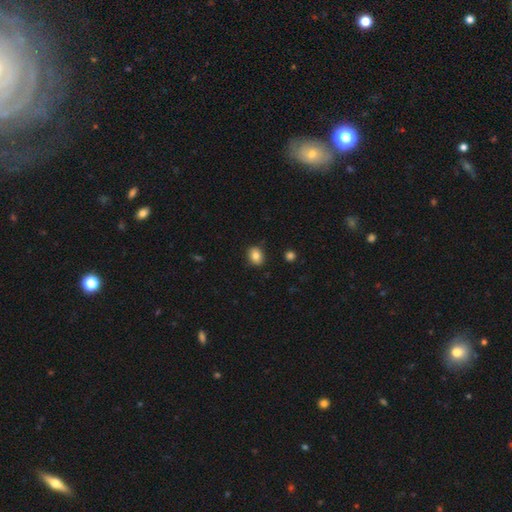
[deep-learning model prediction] Smooth or featured?
  - smooth: 84% *
  - star or artifact: 9%
  - featured or disk: 7%
How rounded?
  - in between: 62% *
  - round: 37%
  - cigar-shaped: 1%
Merging?
  - none: 87% *
  - minor disturbance: 9%
  - major disturbance: 2%
  - merger: 2%